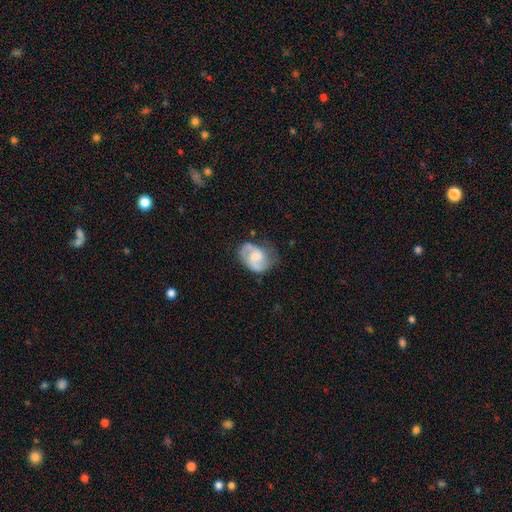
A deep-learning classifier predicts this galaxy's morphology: Q: Smooth or featured?
A: featured or disk (70%); runner-up: smooth (24%)
Q: Edge-on disk?
A: no (98%); runner-up: yes (2%)
Q: Bar?
A: no (51%); runner-up: weak (41%)
Q: Spiral arms?
A: yes (92%); runner-up: no (8%)
Q: Spiral winding?
A: medium (49%); runner-up: tight (25%)
Q: Spiral arm count?
A: 2 (82%); runner-up: can't tell (8%)
Q: Bulge size?
A: moderate (40%); runner-up: small (29%)
Q: Merging?
A: none (59%); runner-up: minor disturbance (26%)